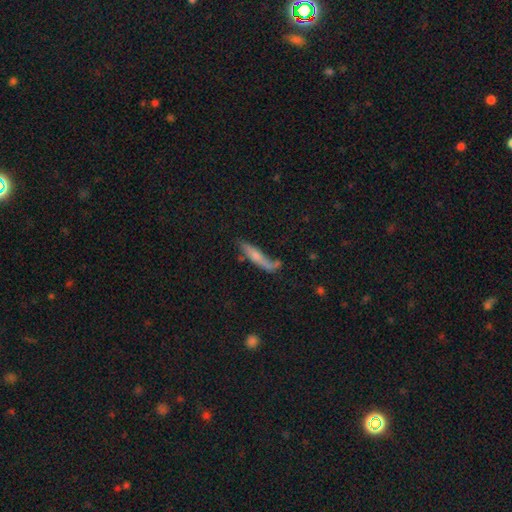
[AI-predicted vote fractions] Morphology: type=smooth (60%); roundness=cigar-shaped (81%); merging=none (48%).